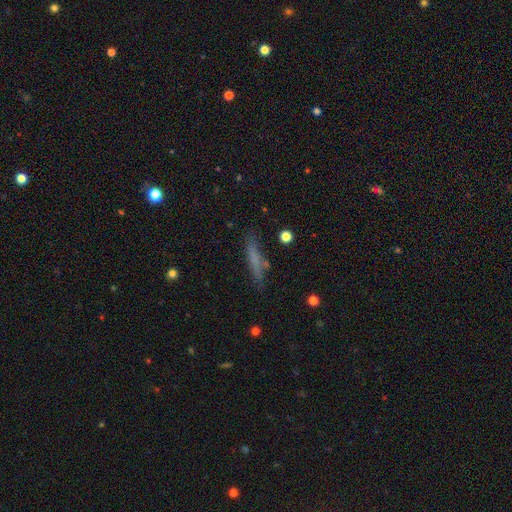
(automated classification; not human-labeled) Morphology: type=smooth (56%); roundness=cigar-shaped (87%); merging=none (79%).